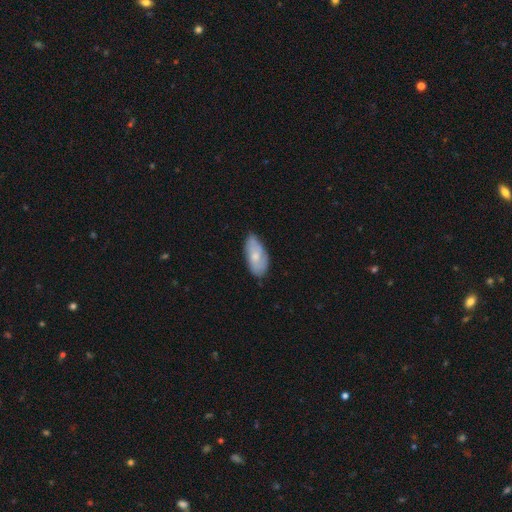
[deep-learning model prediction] smooth_or_featured: smooth (p=0.58) [alt: featured or disk p=0.36]
how_rounded: in between (p=0.90) [alt: cigar-shaped p=0.07]
merging: none (p=0.66) [alt: minor disturbance p=0.27]